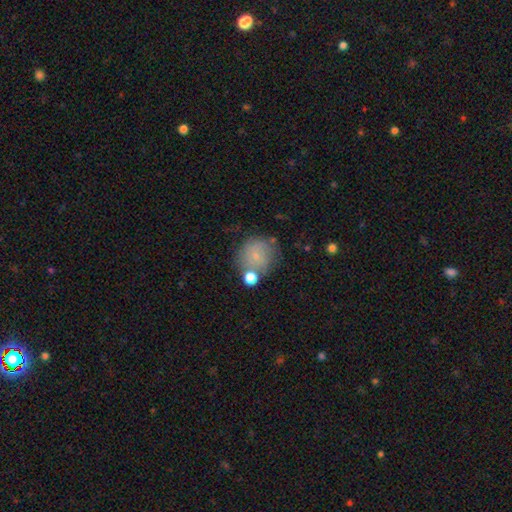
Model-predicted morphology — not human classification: Smooth or featured? Predicted: smooth (p=0.71). How rounded? Predicted: round (p=0.87). Merging? Predicted: none (p=0.59).